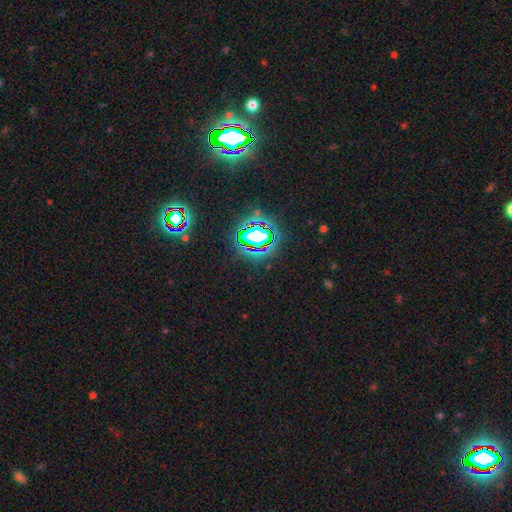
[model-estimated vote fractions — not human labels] smooth-or-featured: star or artifact: 83% | smooth: 10% | featured or disk: 8%